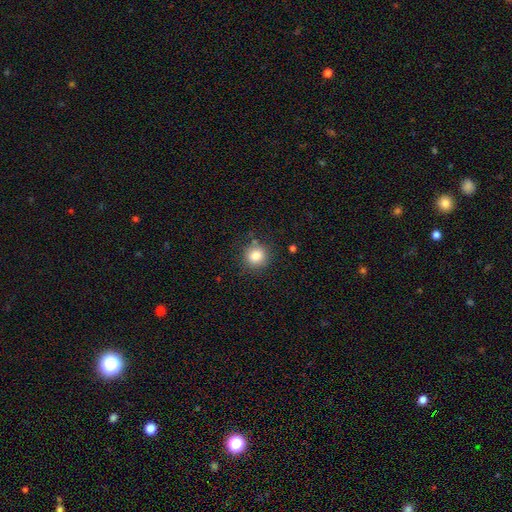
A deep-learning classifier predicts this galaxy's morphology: smooth-or-featured: smooth: 83% | star or artifact: 11% | featured or disk: 6%
  how-rounded: round: 87% | in between: 12% | cigar-shaped: 1%
  merging: none: 83% | minor disturbance: 11% | major disturbance: 3% | merger: 3%